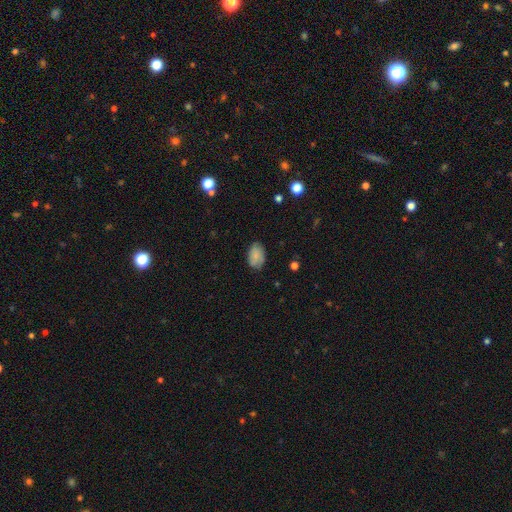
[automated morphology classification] smooth_or_featured: smooth (p=0.84) [alt: featured or disk p=0.08]
how_rounded: in between (p=0.89) [alt: round p=0.09]
merging: none (p=0.79) [alt: minor disturbance p=0.17]